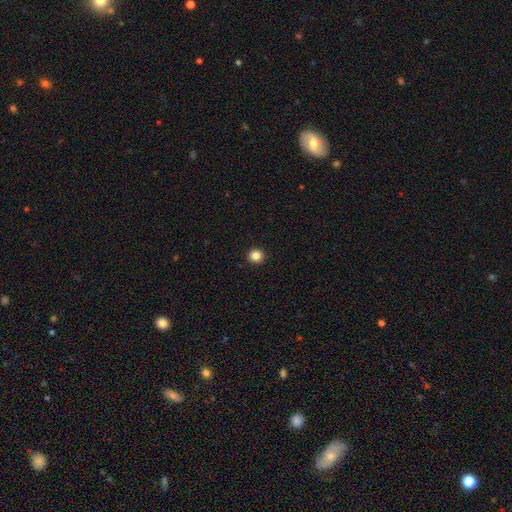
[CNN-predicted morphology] A smooth galaxy with no disk features (85%) that is round (94%).

Vote fractions:
- Smooth or featured? smooth: 85% / star or artifact: 11% / featured or disk: 3%
- How rounded? round: 94% / in between: 5% / cigar-shaped: 1%
- Merging? none: 94% / minor disturbance: 4% / major disturbance: 1% / merger: 1%